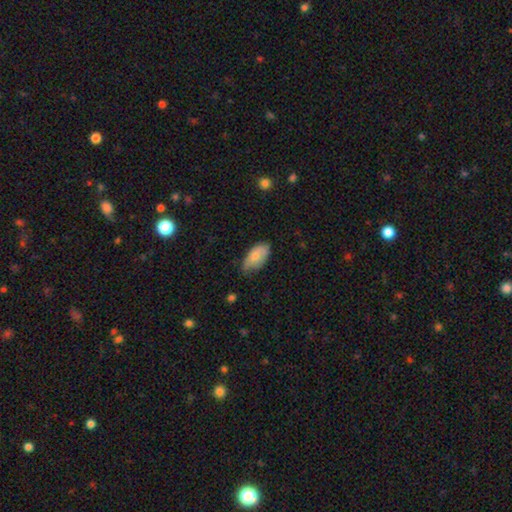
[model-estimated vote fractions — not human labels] The model was most divided on "merging": none: 51%, minor disturbance: 39%, major disturbance: 8%, merger: 2%. More confident: how rounded — in between (94%); smooth or featured — smooth (75%).